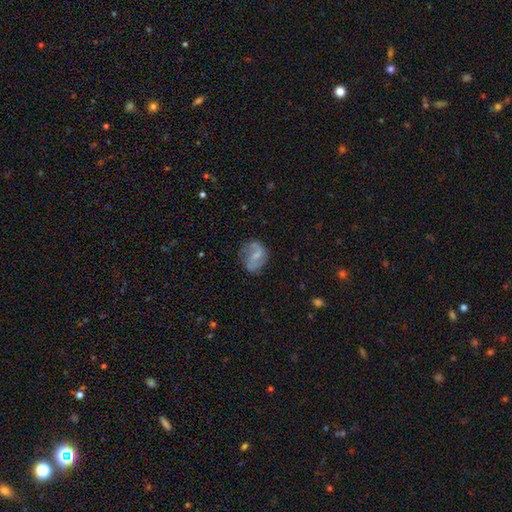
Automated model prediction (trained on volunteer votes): A featured or disk galaxy (62%) with a weak bar (50%), spiral arms (80%) and a small central bulge (46%).

Vote fractions:
- Smooth or featured? featured or disk: 62% / smooth: 30% / star or artifact: 8%
- Edge-on disk? no: 97% / yes: 3%
- Bar? weak: 50% / no: 31% / strong: 19%
- Spiral arms? yes: 80% / no: 20%
- Bulge size? small: 46% / moderate: 26% / none: 25% / large: 2% / dominant: 1%
- Merging? none: 59% / minor disturbance: 24% / major disturbance: 15% / merger: 2%